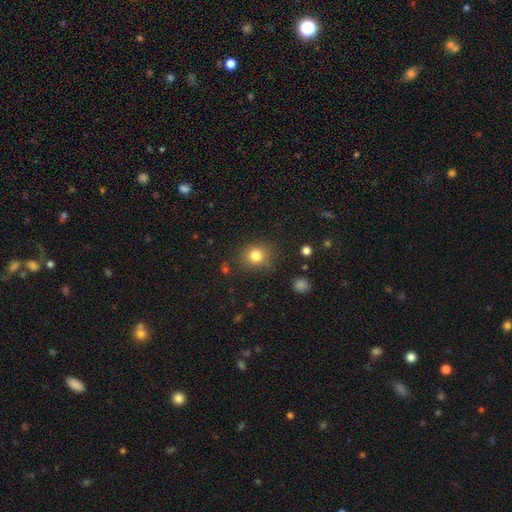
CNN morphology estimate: A smooth galaxy with no disk features (81%) that is round (81%).

Vote fractions:
- Smooth or featured? smooth: 81% / star or artifact: 12% / featured or disk: 7%
- How rounded? round: 81% / in between: 18% / cigar-shaped: 1%
- Merging? none: 82% / minor disturbance: 12% / major disturbance: 4% / merger: 2%